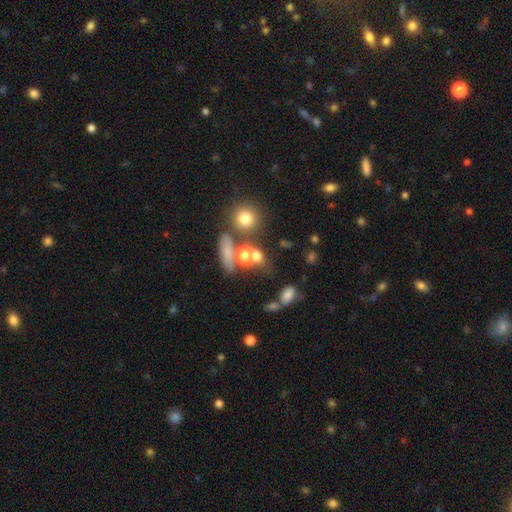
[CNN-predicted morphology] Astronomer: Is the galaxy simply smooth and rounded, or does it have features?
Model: smooth — 66%.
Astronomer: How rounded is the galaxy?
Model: round — 56% (runner-up: in between, 36%).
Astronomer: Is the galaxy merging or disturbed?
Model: none — 48% (runner-up: merger, 33%).